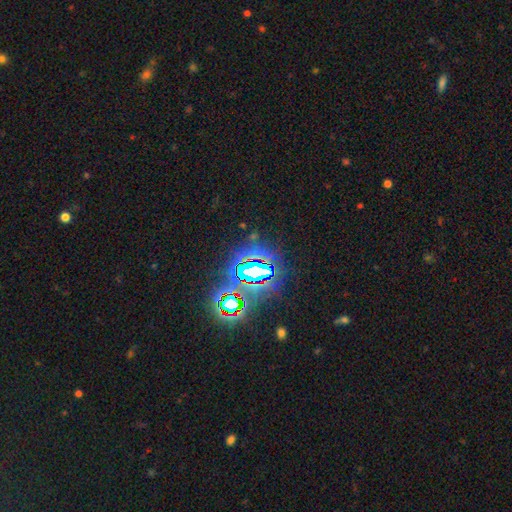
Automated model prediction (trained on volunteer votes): Smooth or featured? star or artifact (82%)